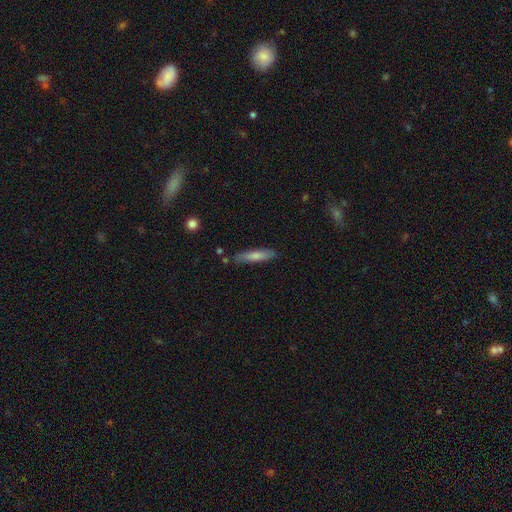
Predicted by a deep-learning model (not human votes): Smooth or featured: smooth — 74% (featured or disk — 20%)
How rounded: cigar-shaped — 86% (in between — 13%)
Merging: none — 81% (minor disturbance — 13%)